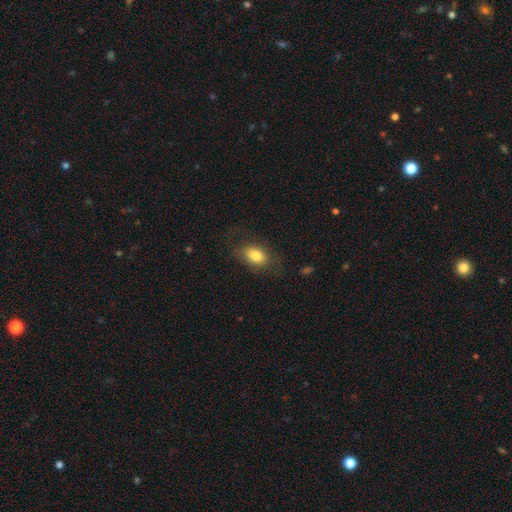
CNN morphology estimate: smooth_or_featured: smooth (p=0.80) [alt: featured or disk p=0.12]
how_rounded: in between (p=0.86) [alt: round p=0.12]
merging: none (p=0.71) [alt: minor disturbance p=0.18]